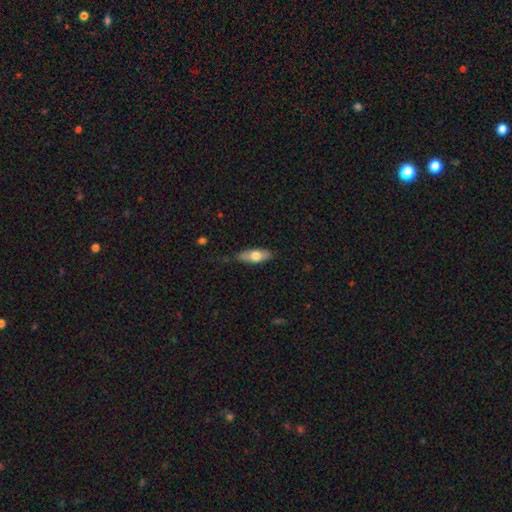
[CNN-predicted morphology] smooth 66%, featured or disk 28%, star or artifact 6%. Down the decision tree: how rounded — in between (70%); merging — none (73%).